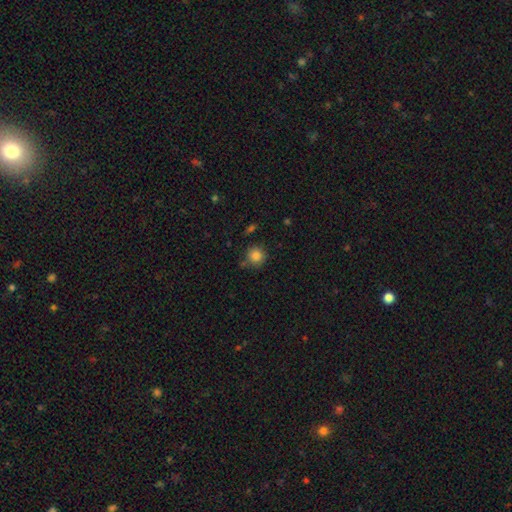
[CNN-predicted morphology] Smooth or featured: smooth — 83% (star or artifact — 11%)
How rounded: round — 93% (in between — 6%)
Merging: none — 79% (minor disturbance — 12%)